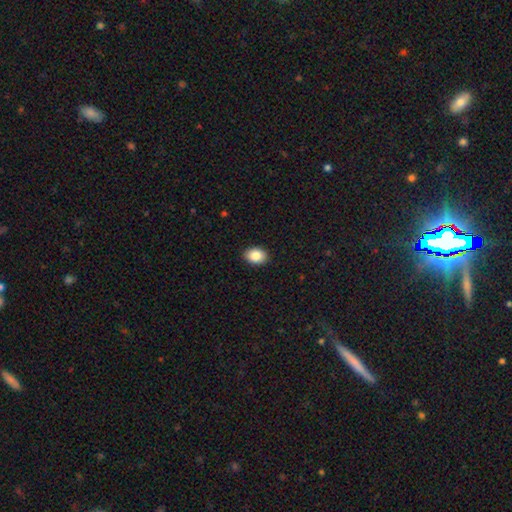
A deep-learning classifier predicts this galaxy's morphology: Smooth or featured?
  - smooth: 87% *
  - star or artifact: 8%
  - featured or disk: 6%
How rounded?
  - in between: 73% *
  - round: 26%
  - cigar-shaped: 1%
Merging?
  - none: 91% *
  - minor disturbance: 7%
  - major disturbance: 2%
  - merger: 1%